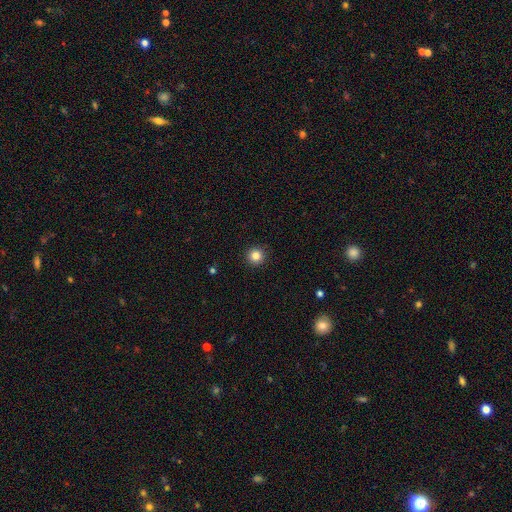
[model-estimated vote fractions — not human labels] smooth 84%, star or artifact 11%, featured or disk 5%. Down the decision tree: how rounded — round (96%); merging — none (93%).